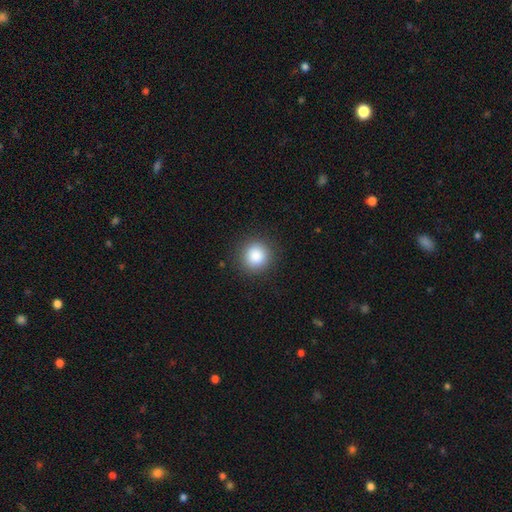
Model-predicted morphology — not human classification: Q: Smooth or featured?
A: smooth (87%); runner-up: star or artifact (9%)
Q: How rounded?
A: round (93%); runner-up: in between (6%)
Q: Merging?
A: none (90%); runner-up: minor disturbance (6%)